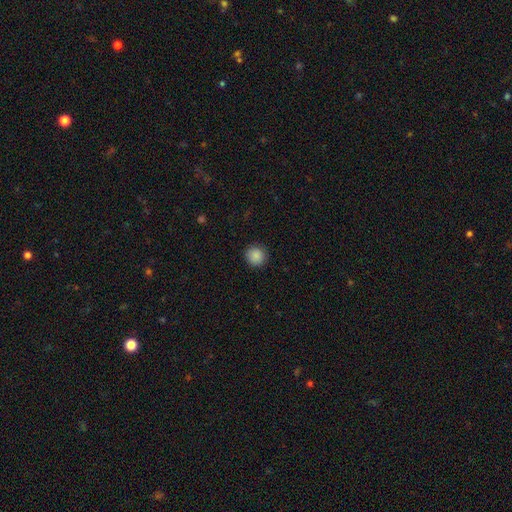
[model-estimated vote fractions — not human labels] Smooth or featured?
  - smooth: 88% *
  - star or artifact: 9%
  - featured or disk: 3%
How rounded?
  - round: 94% *
  - in between: 5%
  - cigar-shaped: 1%
Merging?
  - none: 92% *
  - minor disturbance: 6%
  - major disturbance: 2%
  - merger: 1%